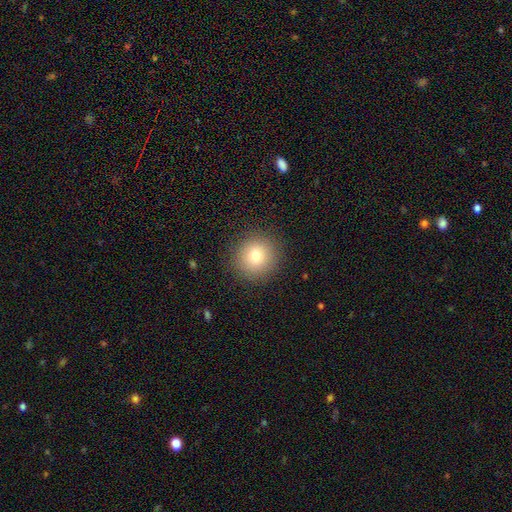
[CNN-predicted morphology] Smooth or featured? smooth (77%)
How rounded? round (93%)
Merging? none (90%)